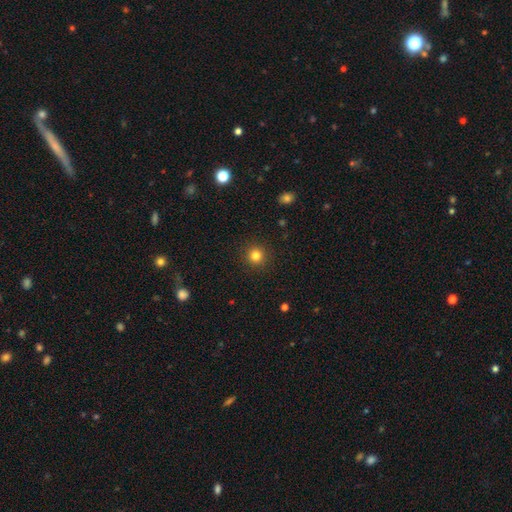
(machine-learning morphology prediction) smooth 82%, star or artifact 13%, featured or disk 5%. Down the decision tree: how rounded — round (94%); merging — none (91%).